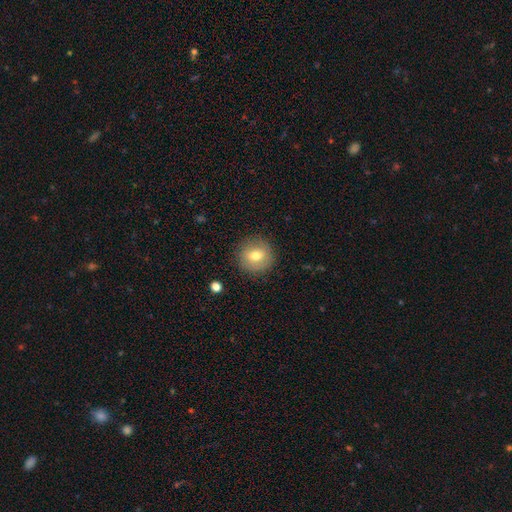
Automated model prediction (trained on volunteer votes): A smooth galaxy with no disk features (72%) that is round (91%).

Vote fractions:
- Smooth or featured? smooth: 72% / featured or disk: 19% / star or artifact: 9%
- How rounded? round: 91% / in between: 8% / cigar-shaped: 1%
- Merging? none: 87% / minor disturbance: 9% / major disturbance: 3% / merger: 1%